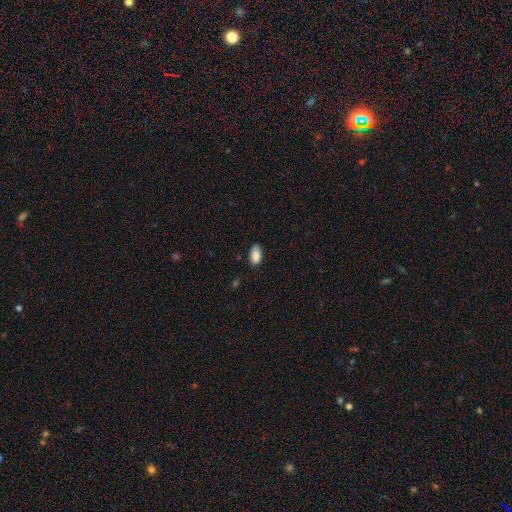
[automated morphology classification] Smooth or featured?
  - smooth: 88% *
  - star or artifact: 7%
  - featured or disk: 5%
How rounded?
  - in between: 94% *
  - round: 3%
  - cigar-shaped: 3%
Merging?
  - none: 77% *
  - minor disturbance: 19%
  - major disturbance: 3%
  - merger: 1%